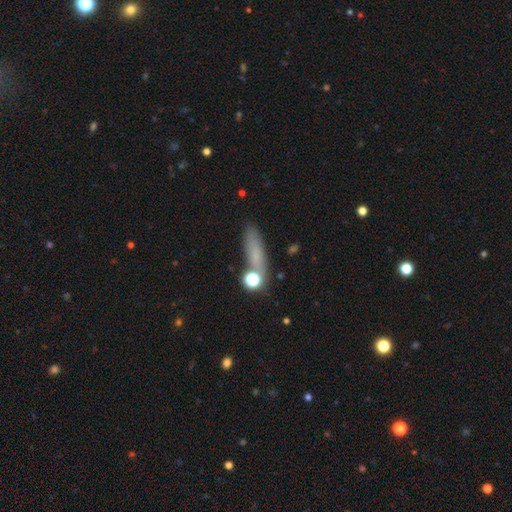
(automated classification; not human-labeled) Morphology: type=smooth (68%); roundness=cigar-shaped (61%); merging=none (69%).